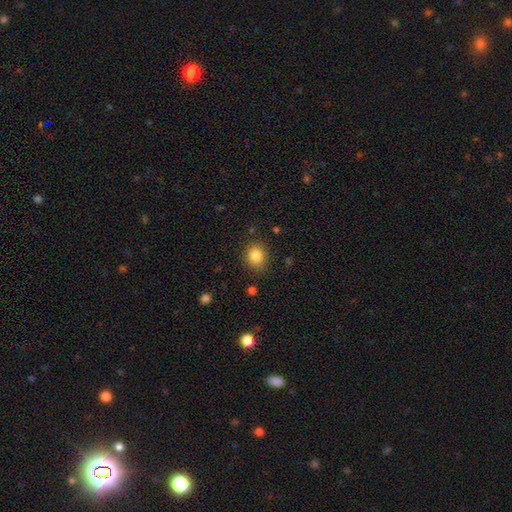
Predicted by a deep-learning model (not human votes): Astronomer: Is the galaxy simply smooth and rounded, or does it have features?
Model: smooth — 84%.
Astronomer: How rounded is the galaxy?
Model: round — 66%.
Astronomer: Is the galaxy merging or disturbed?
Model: none — 83%.